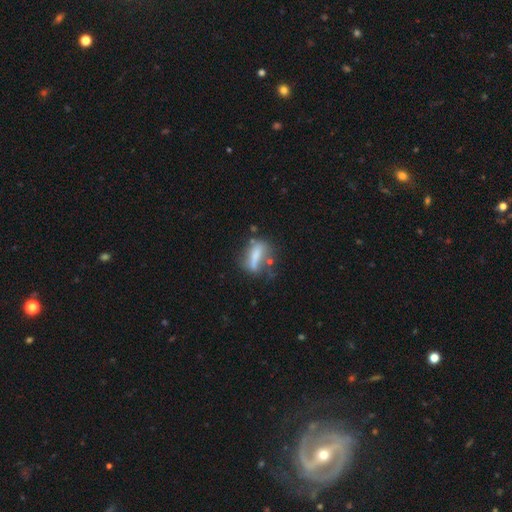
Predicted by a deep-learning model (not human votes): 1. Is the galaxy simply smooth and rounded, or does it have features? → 57% smooth, 33% featured or disk, 10% star or artifact.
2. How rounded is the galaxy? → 55% cigar-shaped, 39% in between, 7% round.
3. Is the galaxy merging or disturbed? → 48% none, 23% minor disturbance, 17% major disturbance, 12% merger.